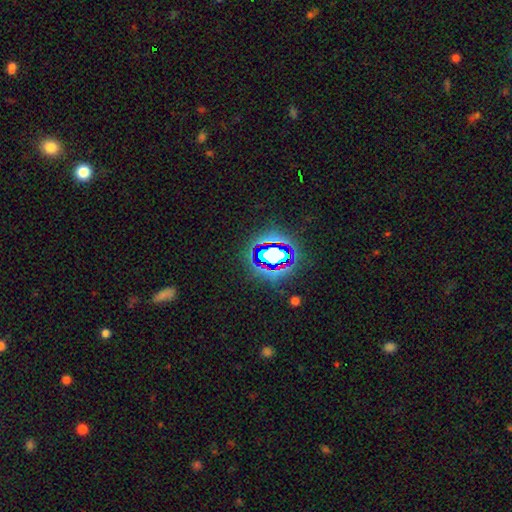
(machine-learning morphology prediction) Smooth or featured? star or artifact (75%)